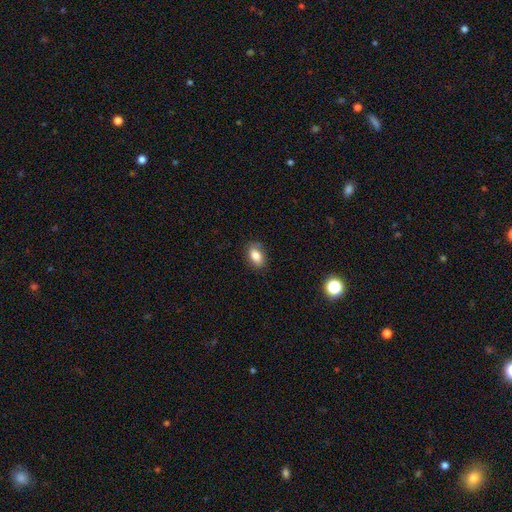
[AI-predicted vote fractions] Smooth or featured? Predicted: smooth (p=0.83). How rounded? Predicted: in between (p=0.87). Merging? Predicted: none (p=0.85).